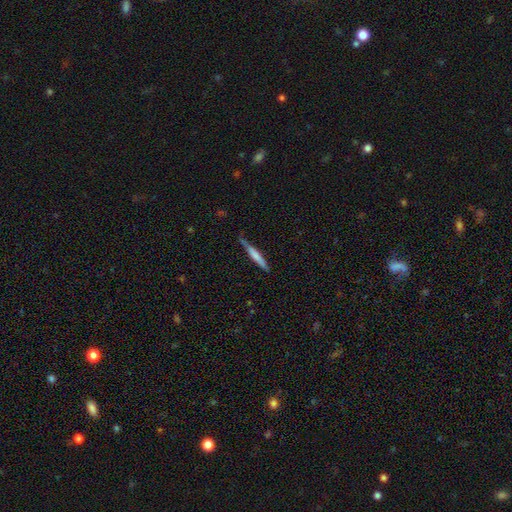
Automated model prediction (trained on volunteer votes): This is possibly a smooth galaxy (60%). How rounded: clearly cigar-shaped (95%). Merging: likely none (75%).